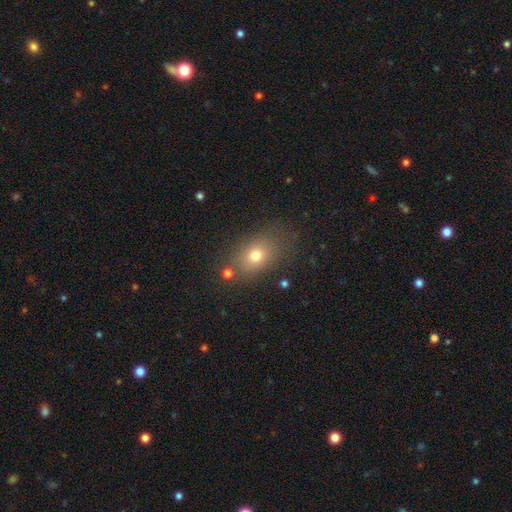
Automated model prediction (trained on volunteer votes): This is likely a smooth galaxy (73%). How rounded: likely in between (72%). Merging: likely none (73%).